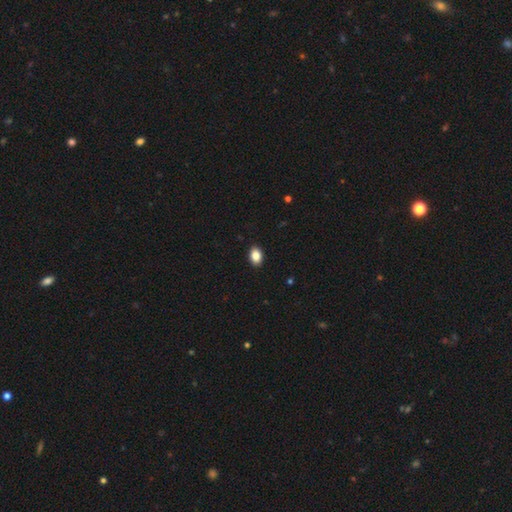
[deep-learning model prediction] smooth_or_featured: smooth (p=0.86) [alt: star or artifact p=0.08]
how_rounded: in between (p=0.84) [alt: round p=0.15]
merging: none (p=0.91) [alt: minor disturbance p=0.07]